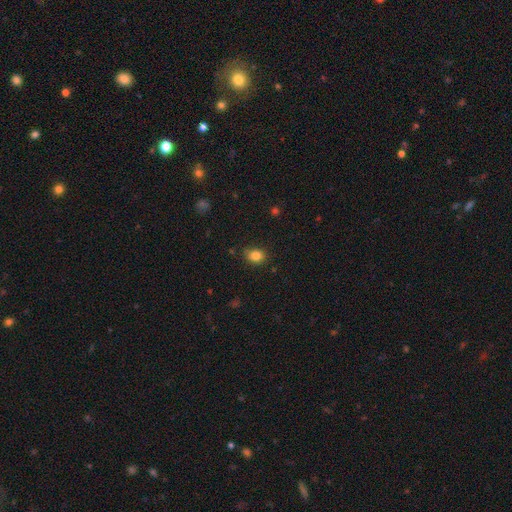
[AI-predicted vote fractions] This appears to be a smooth galaxy with no disk features (83%) that is round (53%). Merging: none (82%).